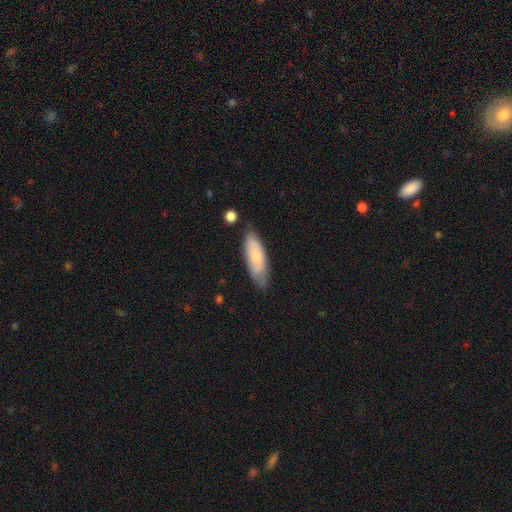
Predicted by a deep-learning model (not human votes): Smooth or featured? smooth (71%)
How rounded? in between (57%)
Merging? none (74%)